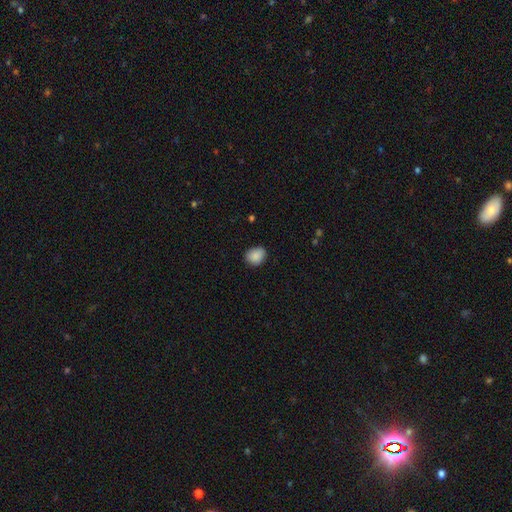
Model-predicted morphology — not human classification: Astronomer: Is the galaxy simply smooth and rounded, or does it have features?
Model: smooth — 88%.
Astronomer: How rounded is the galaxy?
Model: in between — 50% (runner-up: round, 49%).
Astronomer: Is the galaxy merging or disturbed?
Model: none — 81%.